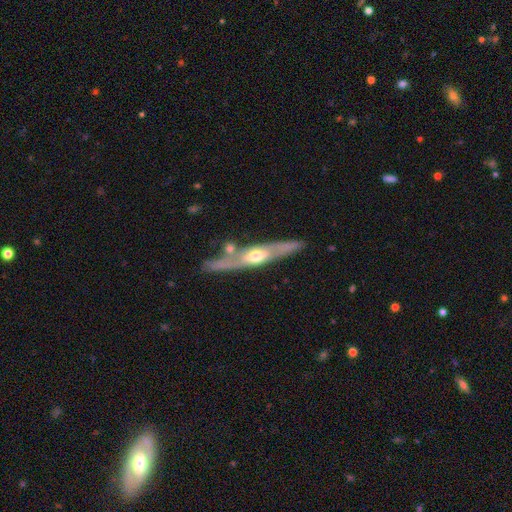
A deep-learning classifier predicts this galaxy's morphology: Smooth or featured: featured or disk — 72% (smooth — 23%)
Edge-on disk: yes — 70% (no — 30%)
Edge-on bulge: rounded — 83% (none — 12%)
Merging: none — 67% (minor disturbance — 17%)